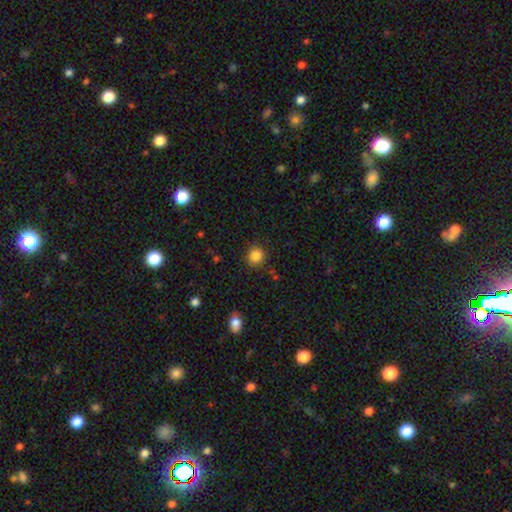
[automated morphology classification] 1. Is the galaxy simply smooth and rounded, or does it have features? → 85% smooth, 11% star or artifact, 4% featured or disk.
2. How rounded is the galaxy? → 88% round, 11% in between, 1% cigar-shaped.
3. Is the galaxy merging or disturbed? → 87% none, 9% minor disturbance, 3% major disturbance, 2% merger.